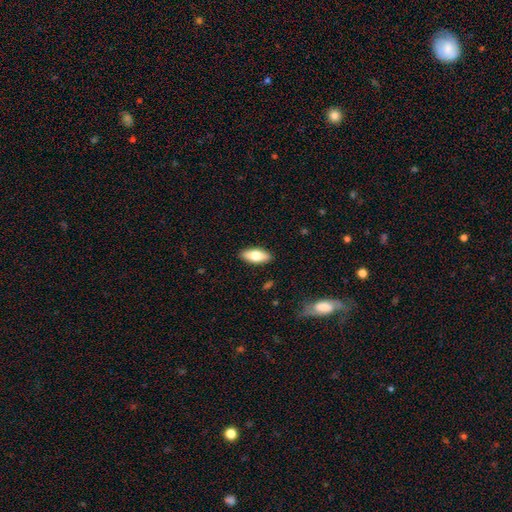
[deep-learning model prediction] Smooth or featured?
  - smooth: 73% *
  - featured or disk: 21%
  - star or artifact: 6%
How rounded?
  - in between: 81% *
  - cigar-shaped: 17%
  - round: 2%
Merging?
  - none: 89% *
  - minor disturbance: 8%
  - major disturbance: 2%
  - merger: 1%